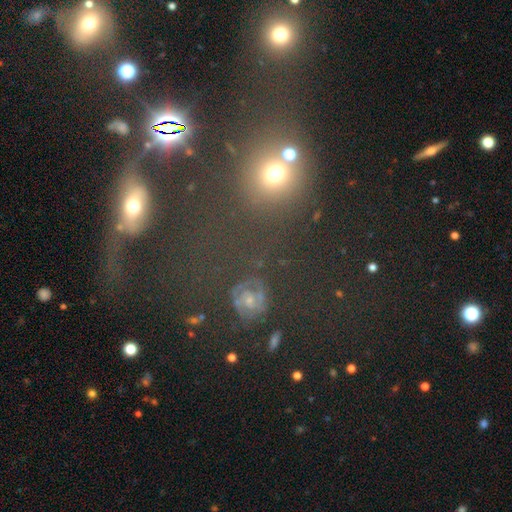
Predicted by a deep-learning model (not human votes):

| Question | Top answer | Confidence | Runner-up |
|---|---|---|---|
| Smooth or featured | smooth | 47% | star or artifact (39%) |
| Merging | none | 49% | merger (24%) |